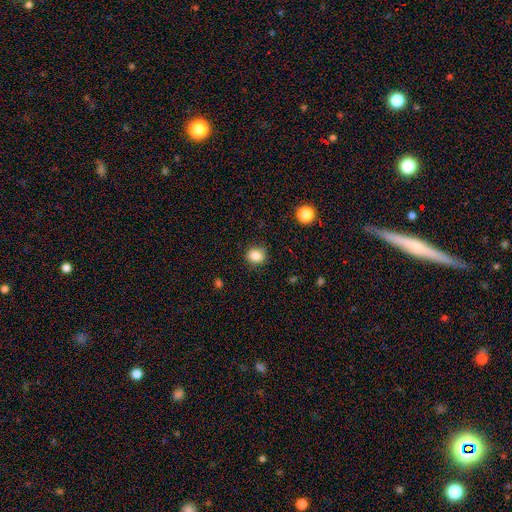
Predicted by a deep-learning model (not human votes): A smooth galaxy with no disk features (85%) that is round (78%). Merging: none (86%).